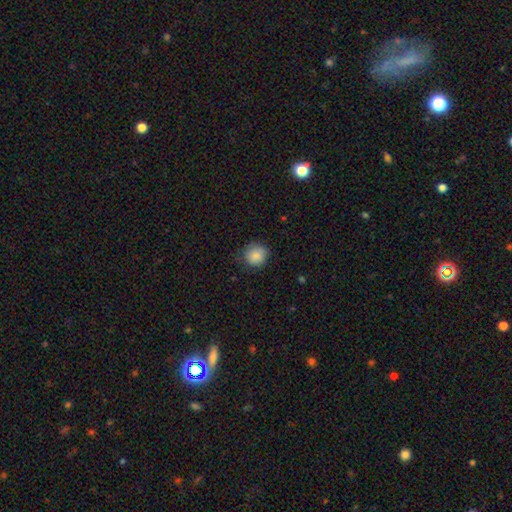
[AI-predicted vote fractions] This is clearly a smooth galaxy (87%). How rounded: clearly round (87%). Merging: likely none (77%).